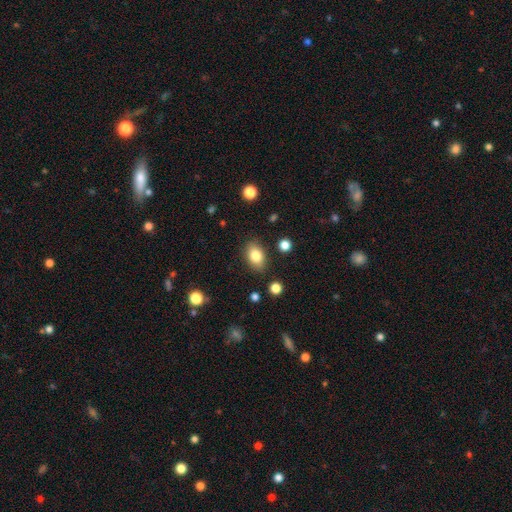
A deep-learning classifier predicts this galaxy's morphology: Smooth or featured: smooth — 82% (featured or disk — 9%)
How rounded: in between — 84% (round — 14%)
Merging: none — 85% (minor disturbance — 10%)